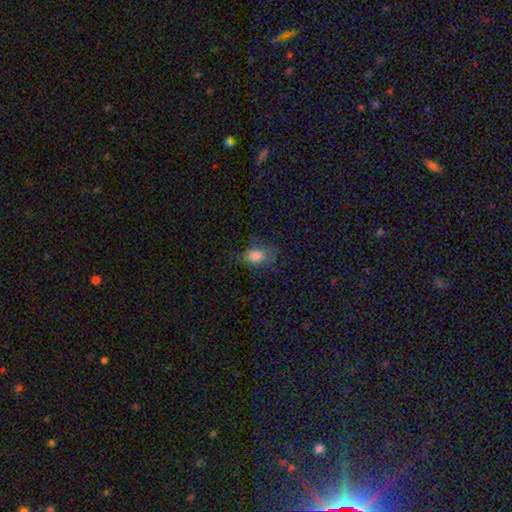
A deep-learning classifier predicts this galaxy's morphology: This appears to be a smooth galaxy with no disk features (78%) that is in between round and cigar-shaped (79%). Merging: none (59%).